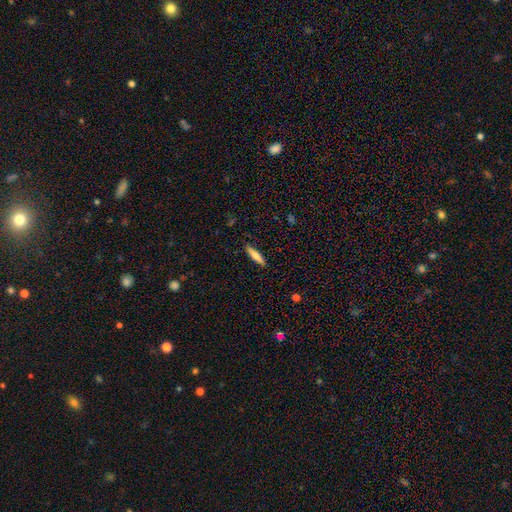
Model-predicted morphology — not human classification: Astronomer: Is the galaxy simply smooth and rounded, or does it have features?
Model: smooth — 70%.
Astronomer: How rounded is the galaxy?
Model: cigar-shaped — 83%.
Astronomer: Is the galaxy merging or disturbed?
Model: none — 89%.